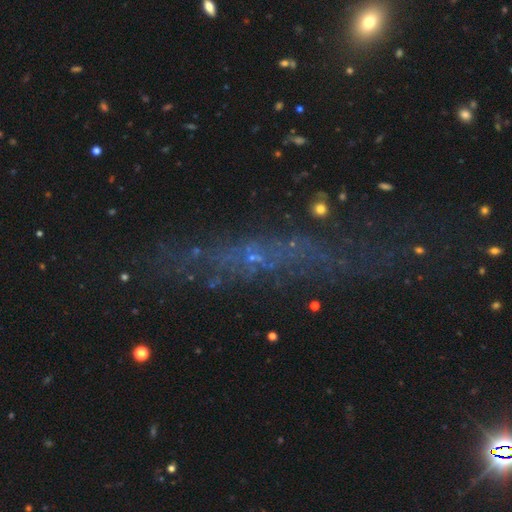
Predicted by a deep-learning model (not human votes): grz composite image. It shows a featured or disk galaxy (44%). Merging: none (70%).